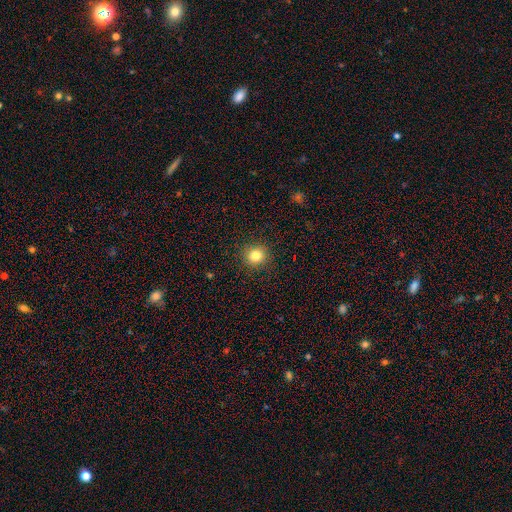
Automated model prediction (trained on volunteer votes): This appears to be a smooth galaxy with no disk features (82%) that is round (91%). Merging: none (91%).